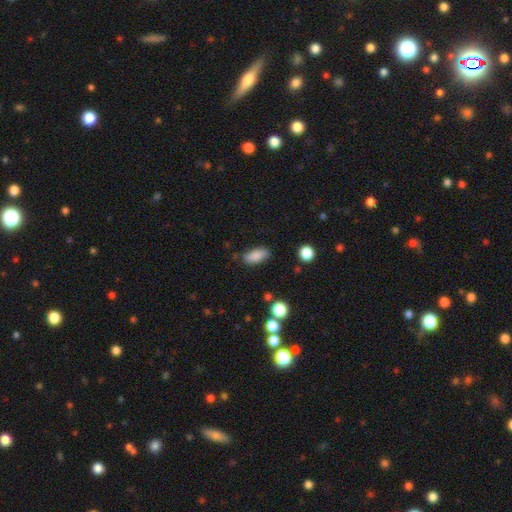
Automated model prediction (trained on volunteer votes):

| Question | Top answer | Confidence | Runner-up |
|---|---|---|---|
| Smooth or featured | smooth | 86% | star or artifact (8%) |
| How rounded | in between | 85% | cigar-shaped (11%) |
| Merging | none | 81% | minor disturbance (14%) |